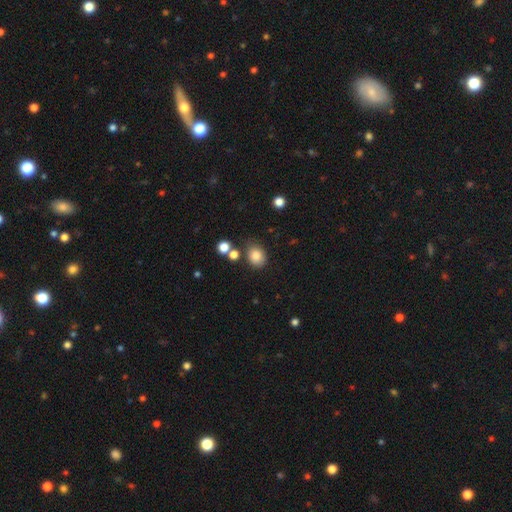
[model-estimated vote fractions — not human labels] Smooth or featured? Predicted: smooth (p=0.84). How rounded? Predicted: in between (p=0.50). Merging? Predicted: none (p=0.73).